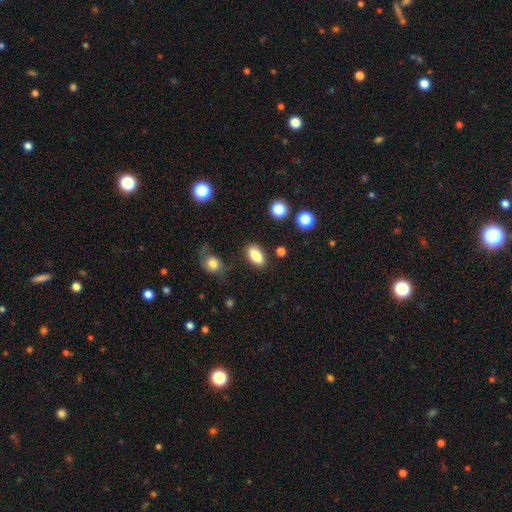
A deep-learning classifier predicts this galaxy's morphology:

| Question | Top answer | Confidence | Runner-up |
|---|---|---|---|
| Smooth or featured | smooth | 84% | star or artifact (8%) |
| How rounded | in between | 89% | round (6%) |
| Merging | none | 83% | minor disturbance (11%) |